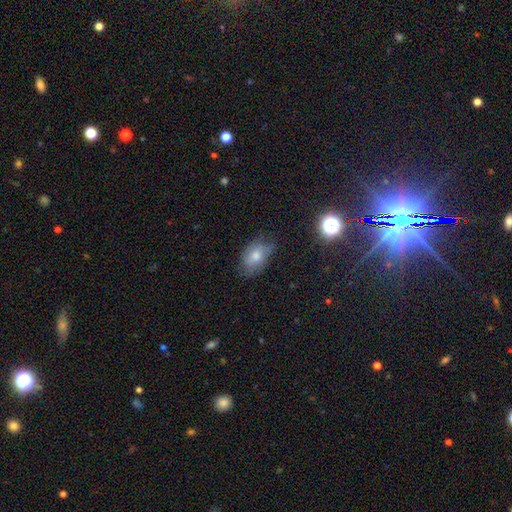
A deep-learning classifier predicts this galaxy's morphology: Smooth or featured?
  - smooth: 63% *
  - featured or disk: 22%
  - star or artifact: 15%
How rounded?
  - in between: 82% *
  - round: 16%
  - cigar-shaped: 2%
Merging?
  - none: 66% *
  - minor disturbance: 26%
  - major disturbance: 7%
  - merger: 2%